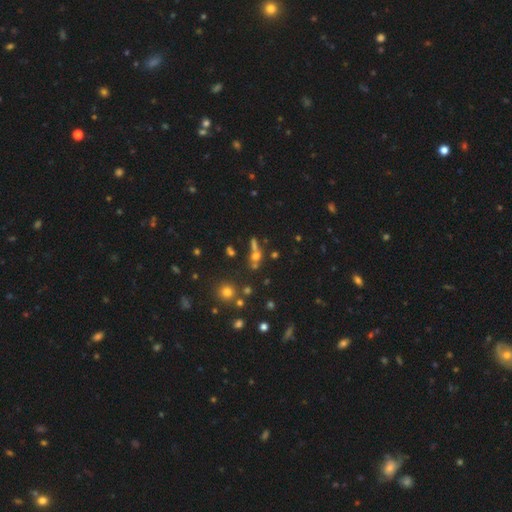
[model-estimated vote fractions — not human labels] smooth_or_featured: smooth (p=0.49) [alt: star or artifact p=0.28]
merging: none (p=0.49) [alt: merger p=0.34]